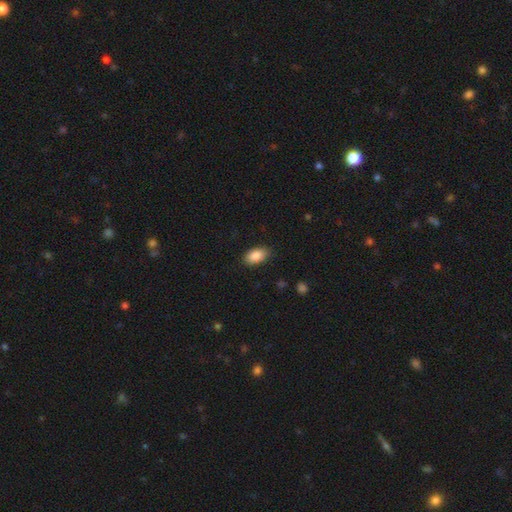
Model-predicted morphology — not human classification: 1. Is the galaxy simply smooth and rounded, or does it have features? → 88% smooth, 7% star or artifact, 5% featured or disk.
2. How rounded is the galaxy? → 93% in between, 5% round, 2% cigar-shaped.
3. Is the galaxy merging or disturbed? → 85% none, 11% minor disturbance, 3% major disturbance, 1% merger.